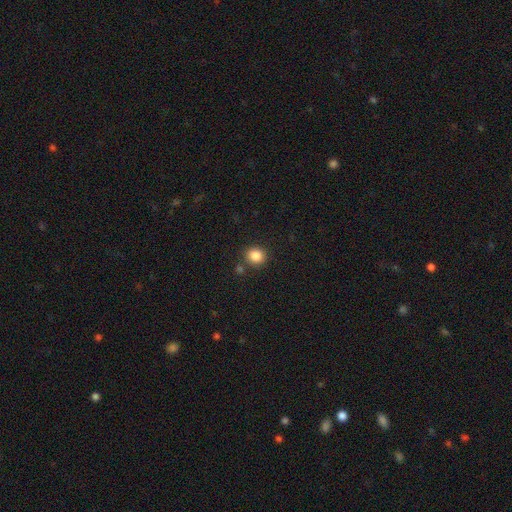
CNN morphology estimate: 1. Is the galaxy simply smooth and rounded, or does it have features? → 85% smooth, 10% star or artifact, 4% featured or disk.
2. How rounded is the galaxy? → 84% round, 15% in between, 1% cigar-shaped.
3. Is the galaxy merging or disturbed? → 82% none, 8% minor disturbance, 7% merger, 3% major disturbance.